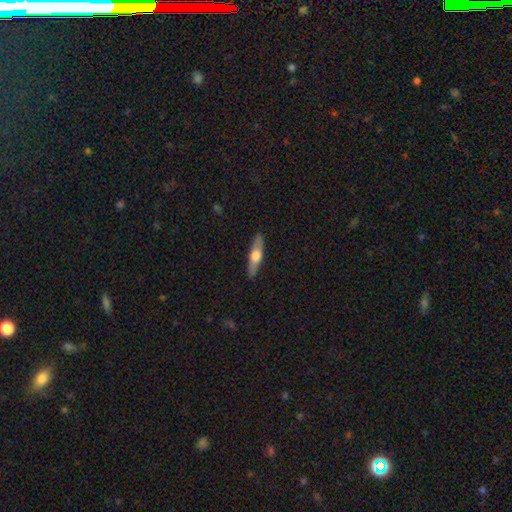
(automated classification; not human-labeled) This appears to be a featured or disk galaxy (48%). Merging: none (89%).